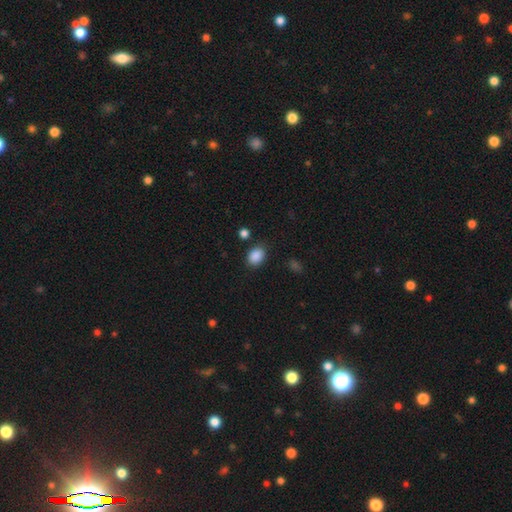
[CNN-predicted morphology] Smooth or featured?
  - smooth: 88% *
  - star or artifact: 9%
  - featured or disk: 3%
How rounded?
  - in between: 66% *
  - round: 33%
  - cigar-shaped: 1%
Merging?
  - none: 82% *
  - minor disturbance: 11%
  - major disturbance: 3%
  - merger: 3%